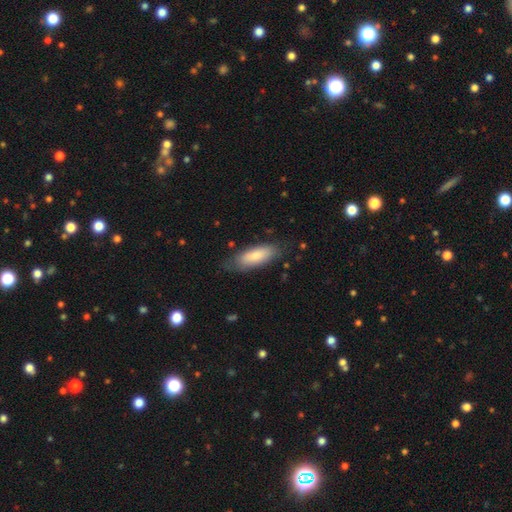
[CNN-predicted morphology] Overall: smooth (81%). How rounded: in between (69%; cigar-shaped 30%). Merging: none (73%).